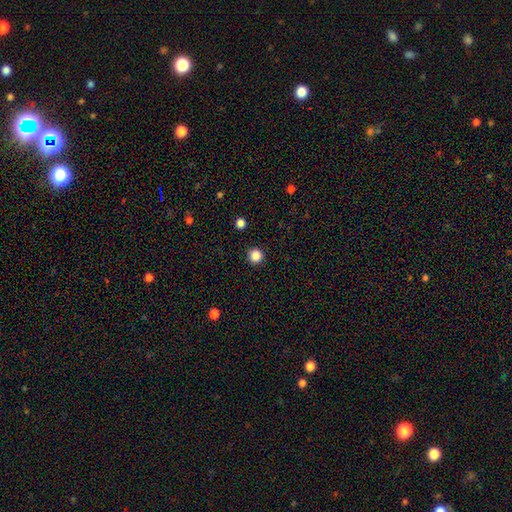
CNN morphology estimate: type=smooth (86%); roundness=round (95%); merging=none (92%).